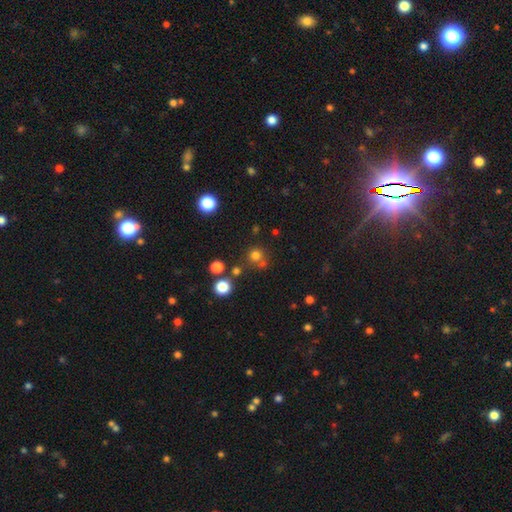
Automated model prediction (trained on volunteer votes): The model was most divided on "smooth or featured": smooth: 72%, star or artifact: 21%, featured or disk: 7%. More confident: how rounded — round (92%); merging — none (69%).